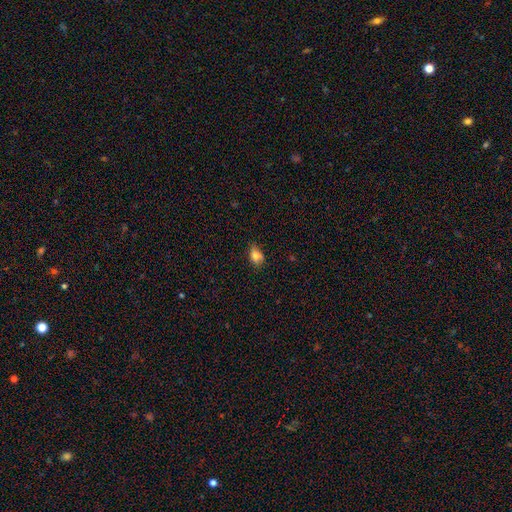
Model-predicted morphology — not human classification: This is likely a smooth galaxy (77%). How rounded: likely in between (78%). Merging: likely none (65%).